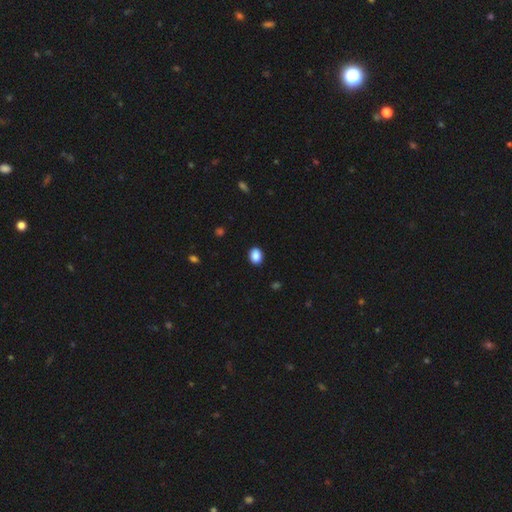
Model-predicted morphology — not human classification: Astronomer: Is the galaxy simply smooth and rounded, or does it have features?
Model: smooth — 88%.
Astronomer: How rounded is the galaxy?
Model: in between — 61% (runner-up: round, 38%).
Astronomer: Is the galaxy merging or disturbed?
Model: none — 90%.